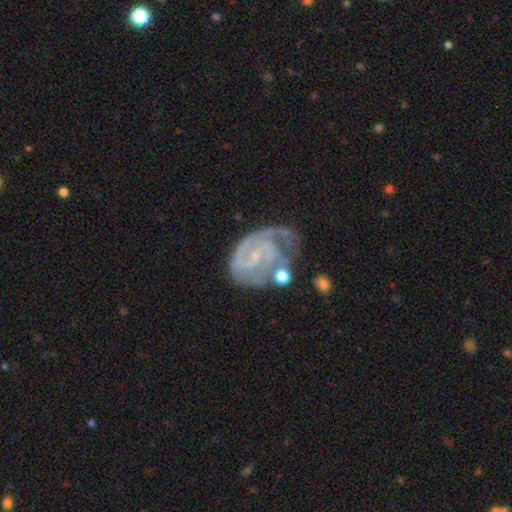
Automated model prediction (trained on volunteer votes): smooth_or_featured: featured or disk (p=0.83) [alt: smooth p=0.10]
disk_edge_on: no (p=0.98) [alt: yes p=0.02]
bar: weak (p=0.45) [alt: no p=0.39]
has_spiral_arms: yes (p=0.92) [alt: no p=0.08]
spiral_winding: tight (p=0.57) [alt: medium p=0.33]
spiral_arm_count: 2 (p=0.44) [alt: can't tell p=0.22]
bulge_size: small (p=0.70) [alt: none p=0.16]
merging: none (p=0.38) [alt: major disturbance p=0.26]